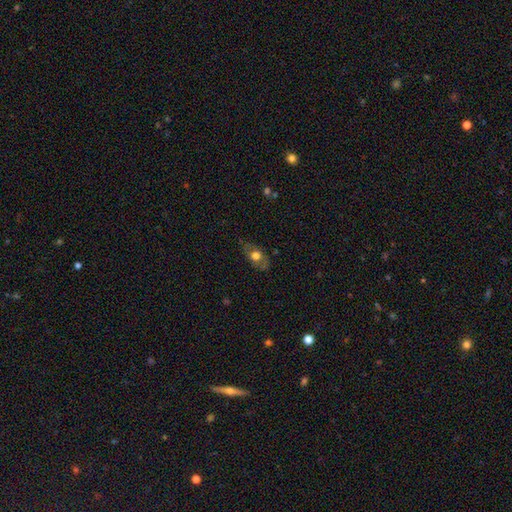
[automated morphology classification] Smooth or featured: smooth — 55% (featured or disk — 36%)
How rounded: in between — 80% (round — 17%)
Merging: none — 75% (minor disturbance — 18%)